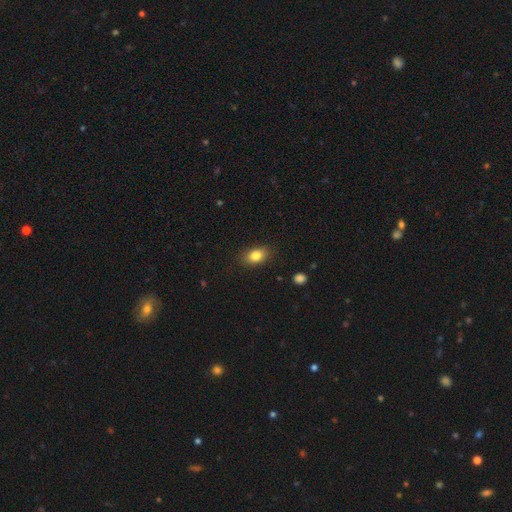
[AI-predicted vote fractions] Smooth or featured: smooth — 83% (star or artifact — 9%)
How rounded: in between — 83% (round — 15%)
Merging: none — 86% (minor disturbance — 11%)